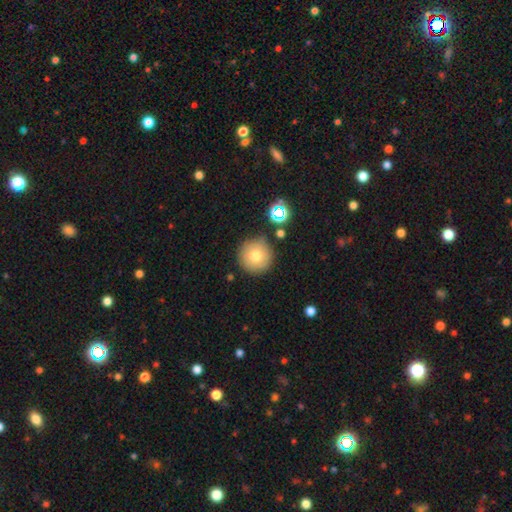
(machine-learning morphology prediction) A smooth galaxy with no disk features (77%) that is round (96%).

Vote fractions:
- Smooth or featured? smooth: 77% / star or artifact: 12% / featured or disk: 11%
- How rounded? round: 96% / in between: 3% / cigar-shaped: 1%
- Merging? none: 84% / minor disturbance: 8% / merger: 5% / major disturbance: 3%